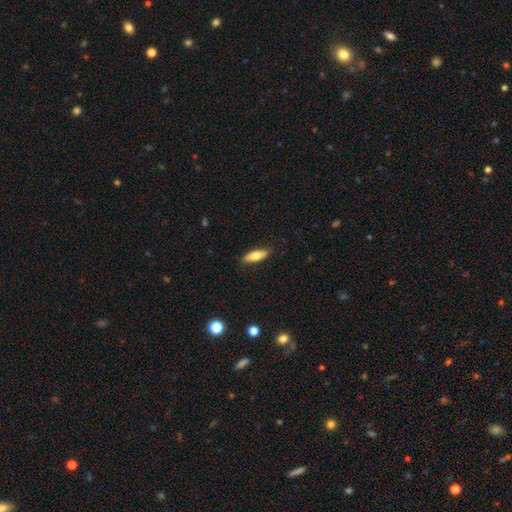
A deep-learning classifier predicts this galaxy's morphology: Smooth or featured? Predicted: smooth (p=0.71). How rounded? Predicted: in between (p=0.62). Merging? Predicted: none (p=0.85).